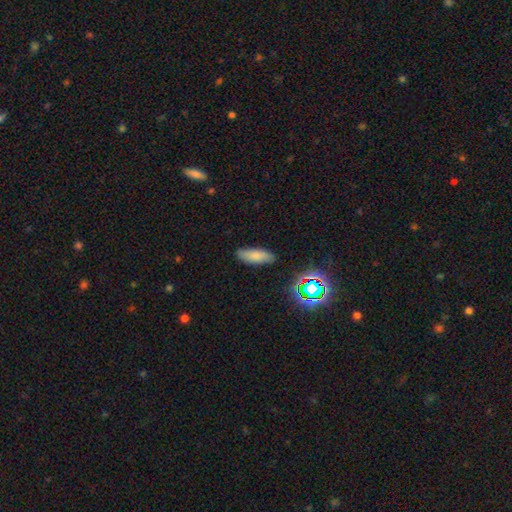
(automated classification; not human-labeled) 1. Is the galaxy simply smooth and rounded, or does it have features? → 79% smooth, 11% star or artifact, 10% featured or disk.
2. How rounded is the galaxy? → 60% in between, 37% cigar-shaped, 2% round.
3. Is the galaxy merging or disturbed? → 85% none, 11% minor disturbance, 2% major disturbance, 2% merger.